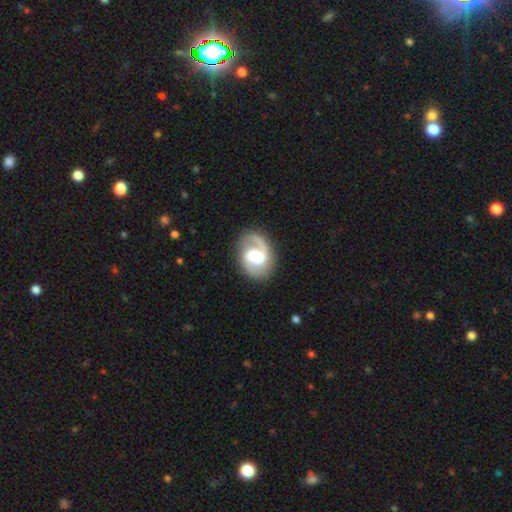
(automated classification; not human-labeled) smooth-or-featured: featured or disk: 83% | smooth: 12% | star or artifact: 5%
  disk-edge-on: no: 98% | yes: 2%
    bar: weak: 51% | no: 28% | strong: 21%
    has-spiral-arms: yes: 95% | no: 5%
      spiral-winding: medium: 52% | loose: 27% | tight: 21%
      spiral-arm-count: 2: 84% | 1: 10% | can't tell: 3% | 3: 1% | 4: 1% | more than 4: 1%
    bulge-size: large: 38% | moderate: 35% | small: 13% | none: 8% | dominant: 6%
  merging: none: 79% | minor disturbance: 13% | major disturbance: 6% | merger: 2%